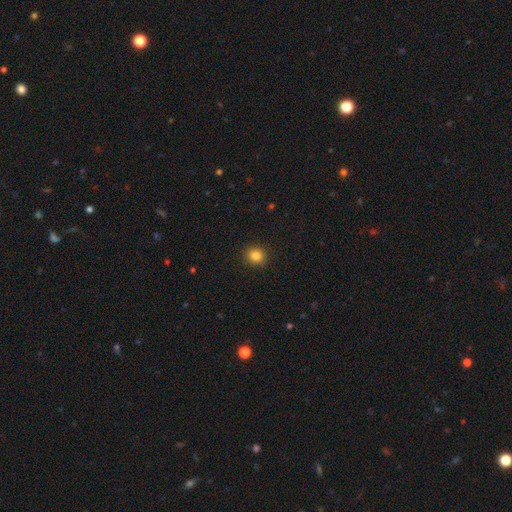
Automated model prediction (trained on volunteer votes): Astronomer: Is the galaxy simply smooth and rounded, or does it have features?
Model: smooth — 84%.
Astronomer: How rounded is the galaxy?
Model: round — 87%.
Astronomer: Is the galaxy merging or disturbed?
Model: none — 91%.